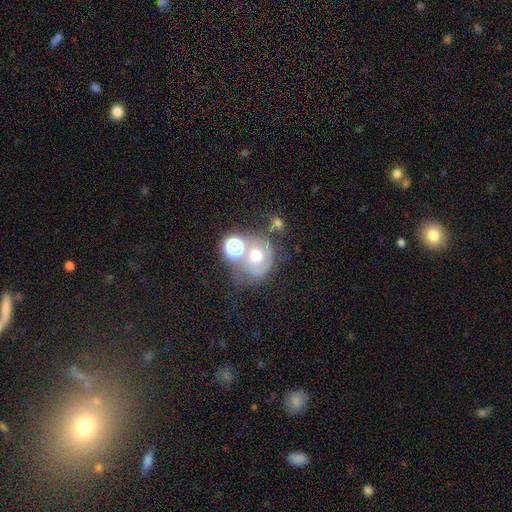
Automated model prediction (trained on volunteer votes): This is possibly a featured or disk galaxy (52%). It is clearly not viewed edge-on (96%). Merging: marginally none (38%).